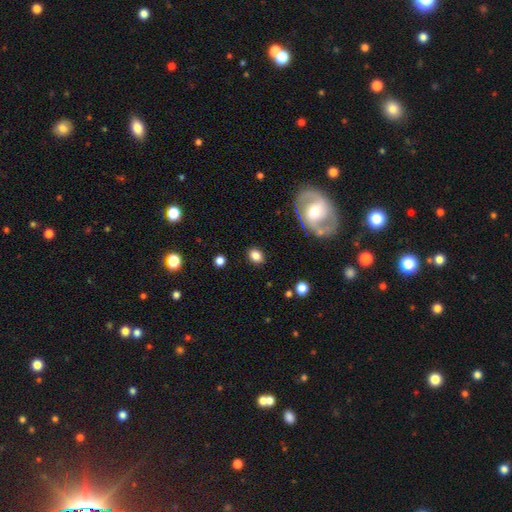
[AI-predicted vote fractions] A smooth galaxy with no disk features (82%) that is in between round and cigar-shaped (66%).

Vote fractions:
- Smooth or featured? smooth: 82% / star or artifact: 9% / featured or disk: 9%
- How rounded? in between: 66% / round: 33% / cigar-shaped: 1%
- Merging? none: 86% / minor disturbance: 9% / major disturbance: 3% / merger: 2%